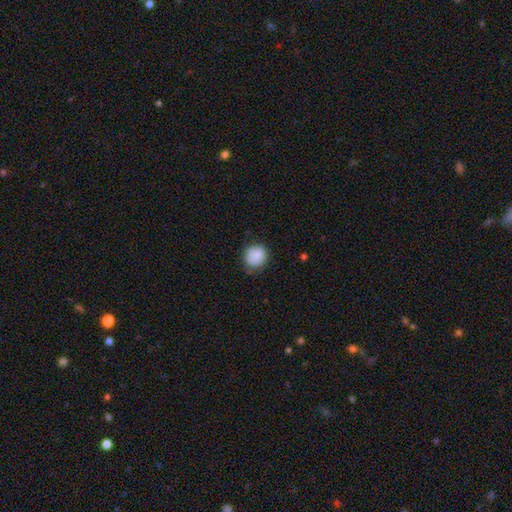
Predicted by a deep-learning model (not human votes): A smooth galaxy with no disk features (86%) that is round (85%). Merging: none (79%).